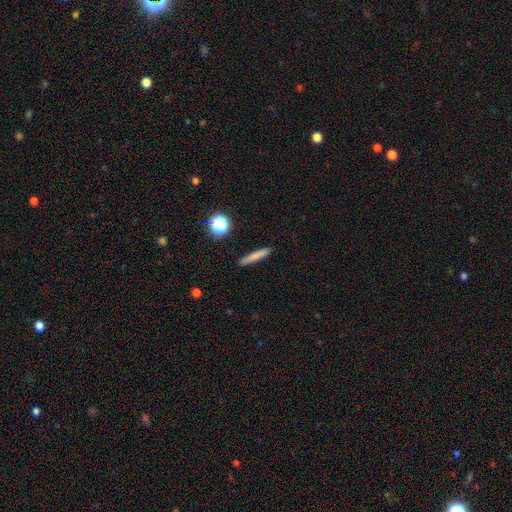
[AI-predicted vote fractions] smooth_or_featured: smooth (p=0.74) [alt: featured or disk p=0.16]
how_rounded: cigar-shaped (p=0.93) [alt: in between p=0.05]
merging: none (p=0.90) [alt: minor disturbance p=0.06]